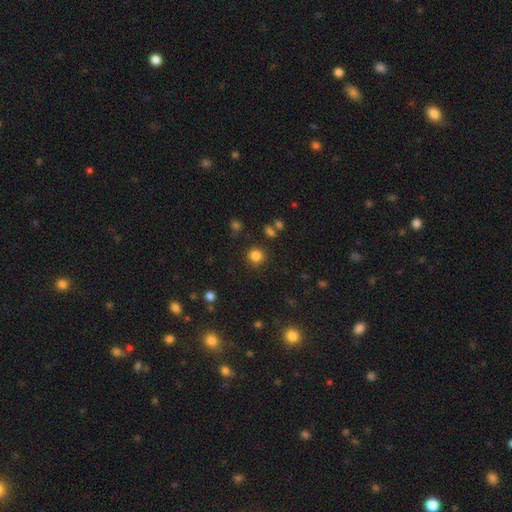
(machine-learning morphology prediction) Q: Smooth or featured?
A: smooth (82%); runner-up: star or artifact (13%)
Q: How rounded?
A: round (91%); runner-up: in between (8%)
Q: Merging?
A: none (87%); runner-up: minor disturbance (7%)